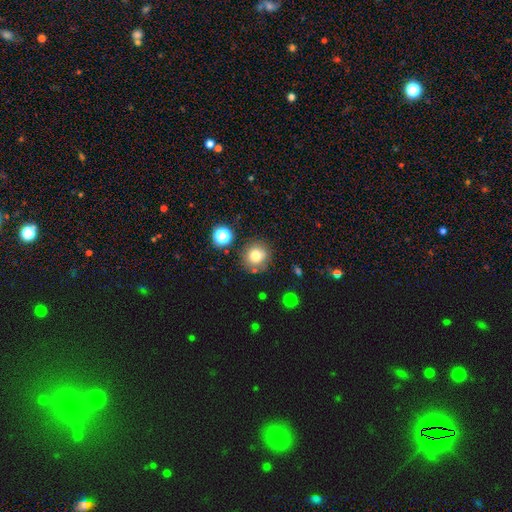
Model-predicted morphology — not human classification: smooth_or_featured: smooth (p=0.76) [alt: star or artifact p=0.13]
how_rounded: round (p=0.91) [alt: in between p=0.08]
merging: none (p=0.82) [alt: minor disturbance p=0.10]